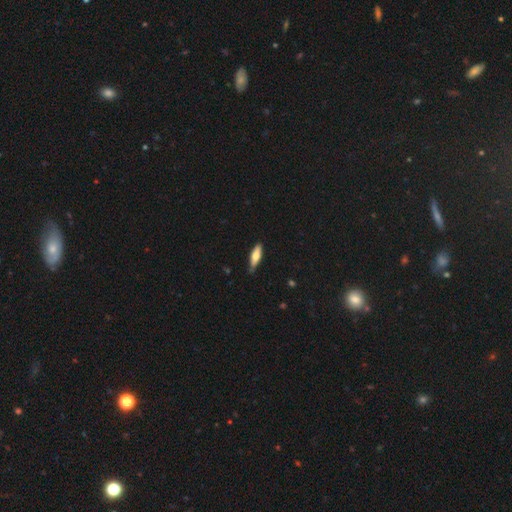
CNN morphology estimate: Smooth or featured?
  - smooth: 66% *
  - featured or disk: 28%
  - star or artifact: 6%
How rounded?
  - cigar-shaped: 53% *
  - in between: 45%
  - round: 2%
Merging?
  - none: 78% *
  - minor disturbance: 18%
  - major disturbance: 3%
  - merger: 1%